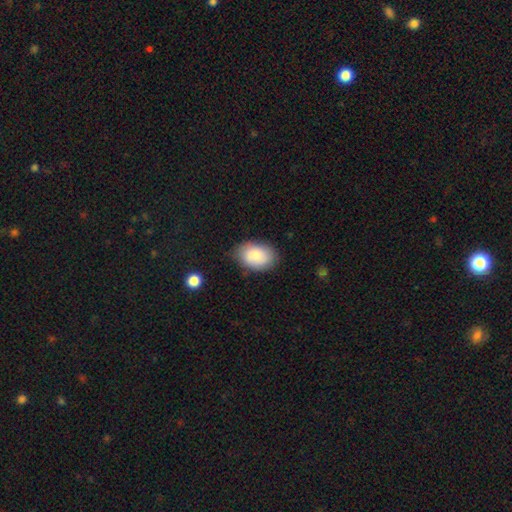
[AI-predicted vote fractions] Smooth or featured? smooth (84%)
How rounded? in between (85%)
Merging? none (77%)